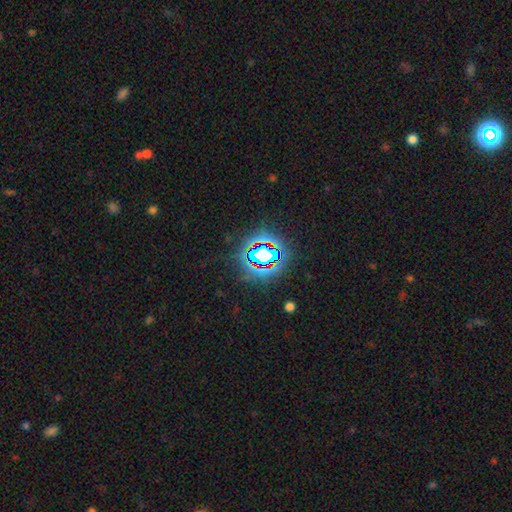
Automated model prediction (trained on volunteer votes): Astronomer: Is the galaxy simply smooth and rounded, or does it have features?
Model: star or artifact — 77%.